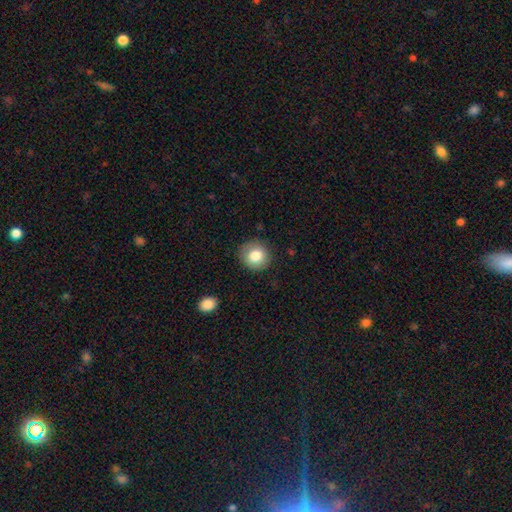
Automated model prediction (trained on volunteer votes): Smooth or featured: smooth — 82% (featured or disk — 9%)
How rounded: round — 88% (in between — 12%)
Merging: none — 87% (minor disturbance — 9%)